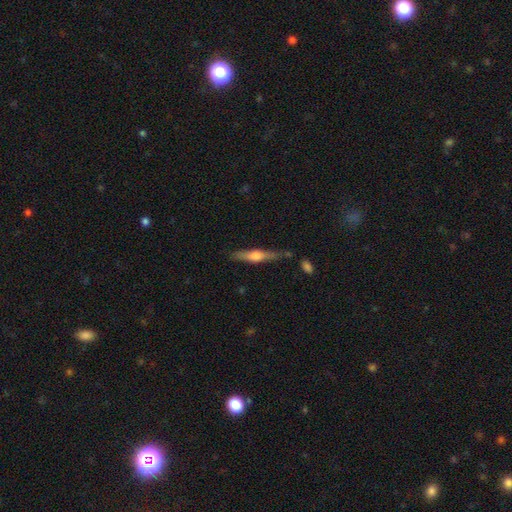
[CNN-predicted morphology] The model was most divided on "smooth or featured": featured or disk: 57%, smooth: 37%, star or artifact: 6%. More confident: edge-on disk — yes (95%); edge-on bulge — rounded (88%); merging — none (77%).